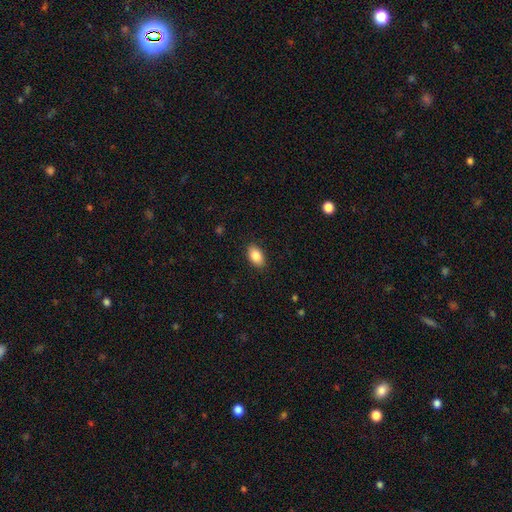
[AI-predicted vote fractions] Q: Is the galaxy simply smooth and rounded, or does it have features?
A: smooth — 86%.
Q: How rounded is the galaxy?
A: in between — 92%.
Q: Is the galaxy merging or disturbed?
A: none — 88%.